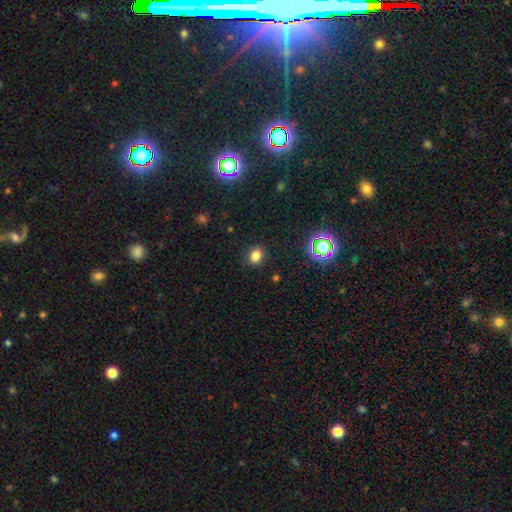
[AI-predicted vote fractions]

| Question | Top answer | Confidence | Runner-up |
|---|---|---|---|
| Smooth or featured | smooth | 81% | star or artifact (15%) |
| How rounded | in between | 63% | round (36%) |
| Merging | none | 87% | minor disturbance (9%) |